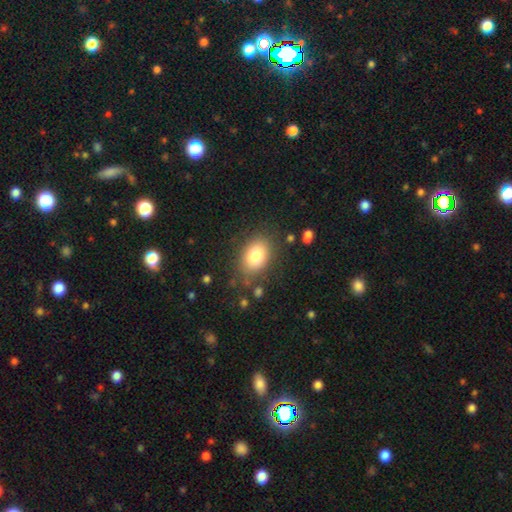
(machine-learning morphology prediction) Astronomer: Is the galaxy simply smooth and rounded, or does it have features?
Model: smooth — 81%.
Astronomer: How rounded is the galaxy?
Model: in between — 80%.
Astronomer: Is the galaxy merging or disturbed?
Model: none — 78%.